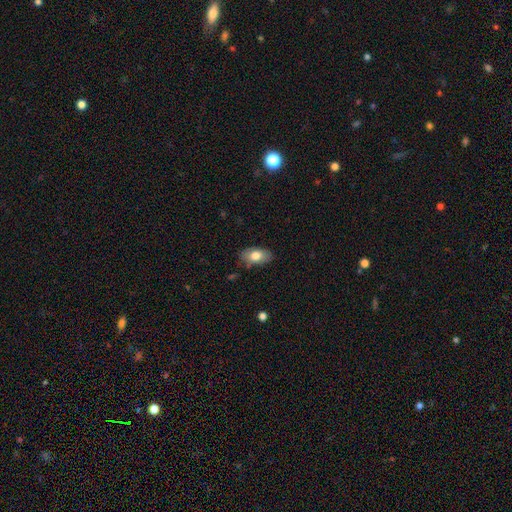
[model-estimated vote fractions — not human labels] This is likely a smooth galaxy (78%). How rounded: clearly in between (92%). Merging: likely none (79%).